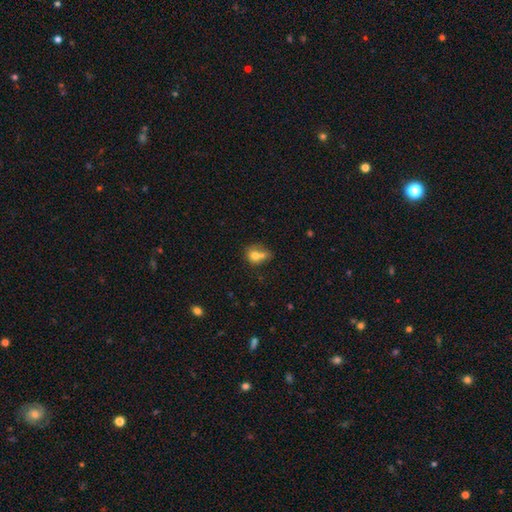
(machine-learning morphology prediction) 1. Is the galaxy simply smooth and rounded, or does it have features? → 73% smooth, 17% featured or disk, 10% star or artifact.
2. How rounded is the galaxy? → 62% round, 37% in between, 1% cigar-shaped.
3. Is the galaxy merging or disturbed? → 53% merger, 29% none, 12% minor disturbance, 6% major disturbance.